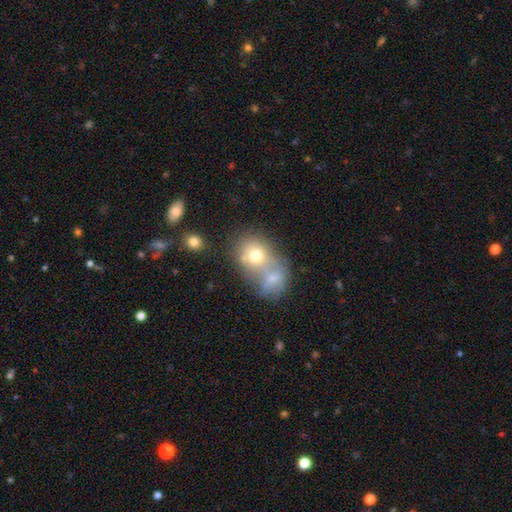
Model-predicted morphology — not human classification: The model was most divided on "how rounded": round: 60%, in between: 39%, cigar-shaped: 1%. More confident: smooth or featured — smooth (68%); merging — merger (58%).